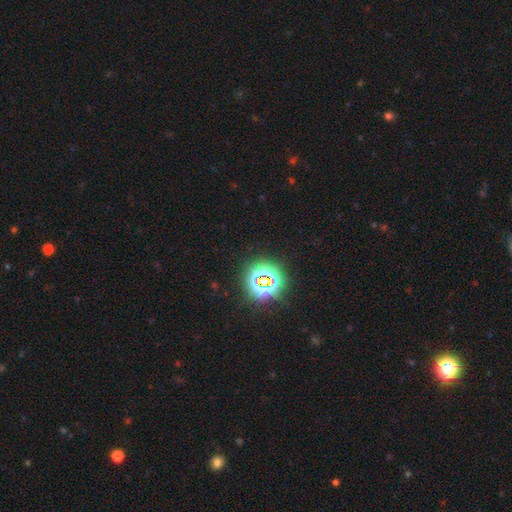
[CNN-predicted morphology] star or artifact 81%, smooth 13%, featured or disk 5%.